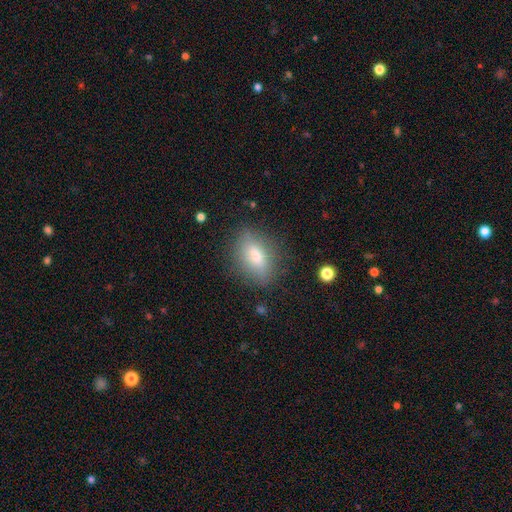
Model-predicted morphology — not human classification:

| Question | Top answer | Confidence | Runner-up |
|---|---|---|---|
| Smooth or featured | smooth | 71% | featured or disk (20%) |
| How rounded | in between | 77% | round (12%) |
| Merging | none | 80% | minor disturbance (14%) |